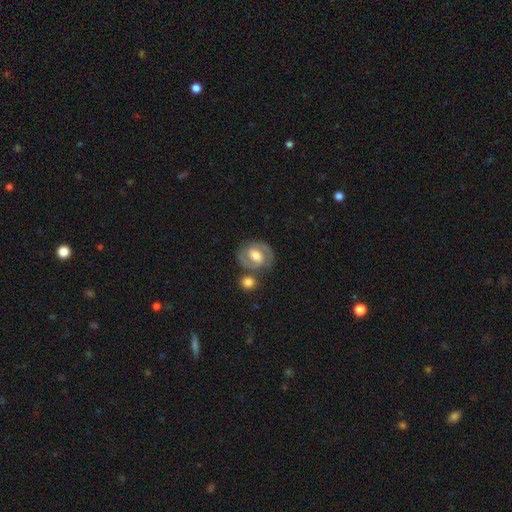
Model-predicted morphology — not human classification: Smooth or featured? Predicted: featured or disk (p=0.77). Edge-on disk? Predicted: no (p=0.97). Bar? Predicted: weak (p=0.45). Spiral arms? Predicted: yes (p=0.88). Spiral winding? Predicted: medium (p=0.50). Spiral arm count? Predicted: 2 (p=0.89). Bulge size? Predicted: moderate (p=0.51). Merging? Predicted: none (p=0.71).